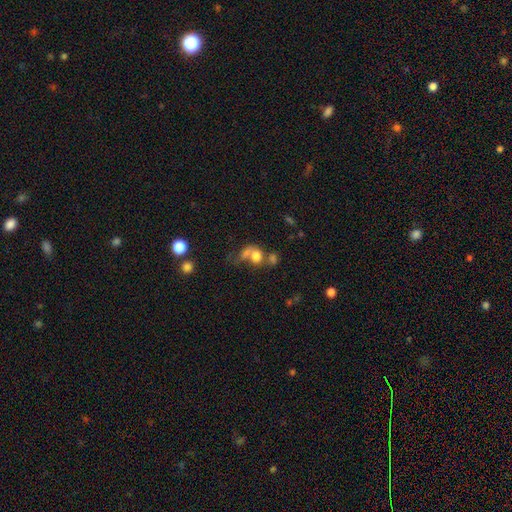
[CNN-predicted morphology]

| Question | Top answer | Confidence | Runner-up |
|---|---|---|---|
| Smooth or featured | smooth | 69% | featured or disk (17%) |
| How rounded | round | 54% | in between (44%) |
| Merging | merger | 51% | none (23%) |